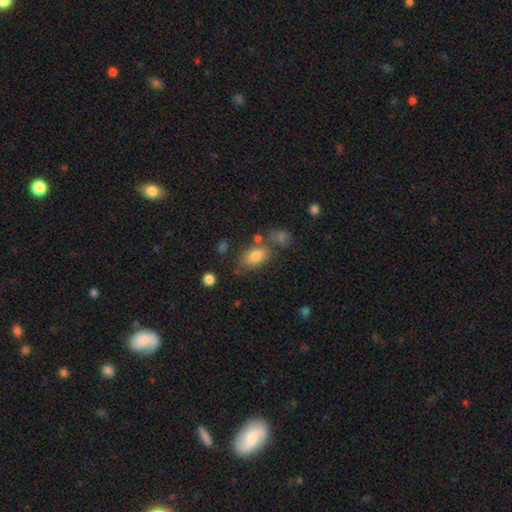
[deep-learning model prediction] Morphology: type=smooth (81%); roundness=in between (88%); merging=none (63%).